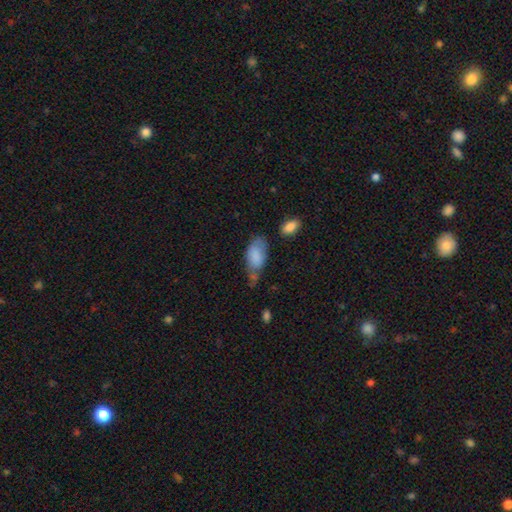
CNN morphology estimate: The model was most divided on "merging": none: 37%, minor disturbance: 34%, major disturbance: 16%, merger: 13%. More confident: how rounded — in between (92%); smooth or featured — smooth (81%).